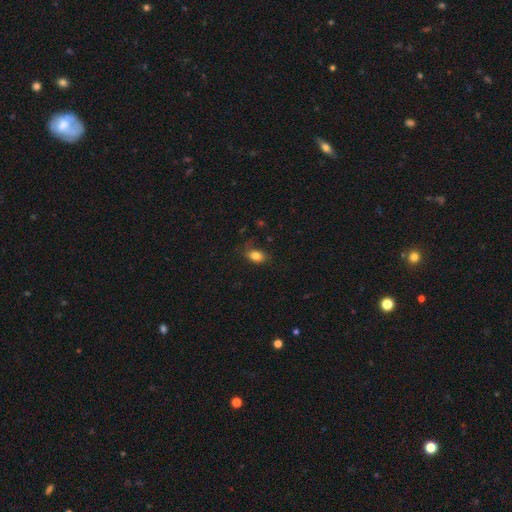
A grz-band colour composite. It shows a smooth galaxy with no disk features (84%) that is in between round and cigar-shaped (94%). Merging: none (72%).